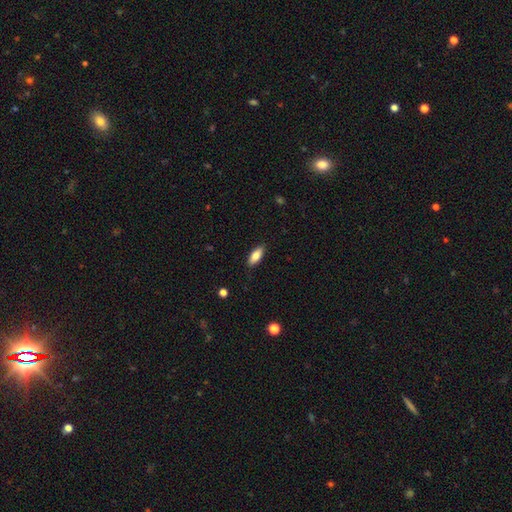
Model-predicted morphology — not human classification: smooth-or-featured: smooth: 82% | featured or disk: 12% | star or artifact: 7%
  how-rounded: in between: 80% | cigar-shaped: 18% | round: 2%
  merging: none: 87% | minor disturbance: 10% | major disturbance: 2% | merger: 1%